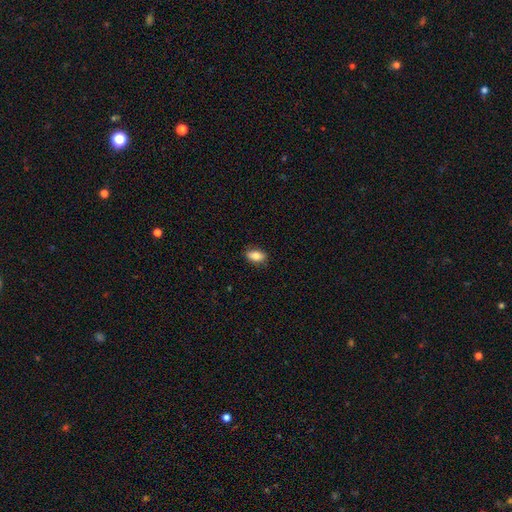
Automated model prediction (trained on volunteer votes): This is clearly a smooth galaxy (85%). How rounded: clearly in between (90%). Merging: clearly none (85%).